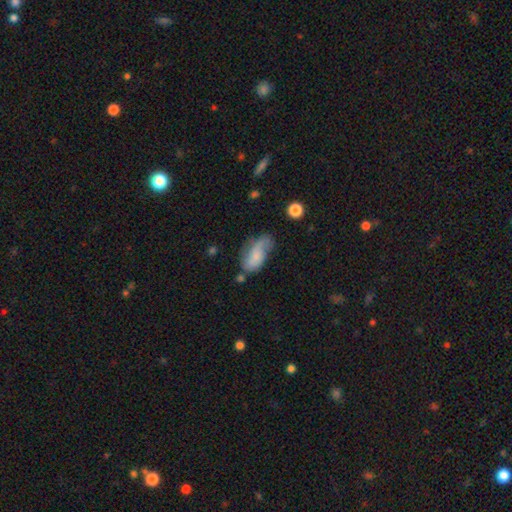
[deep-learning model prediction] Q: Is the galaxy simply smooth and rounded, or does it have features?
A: smooth — 63%.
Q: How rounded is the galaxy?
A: in between — 90%.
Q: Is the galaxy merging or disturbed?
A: none — 37%.